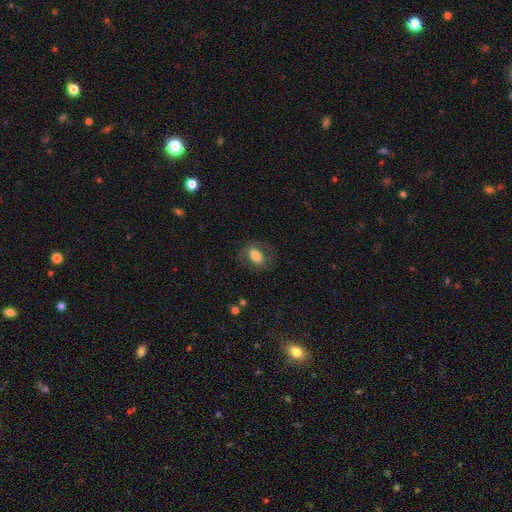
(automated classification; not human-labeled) Smooth or featured?
  - smooth: 67% *
  - featured or disk: 24%
  - star or artifact: 8%
How rounded?
  - in between: 78% *
  - round: 20%
  - cigar-shaped: 2%
Merging?
  - none: 70% *
  - minor disturbance: 17%
  - major disturbance: 12%
  - merger: 1%